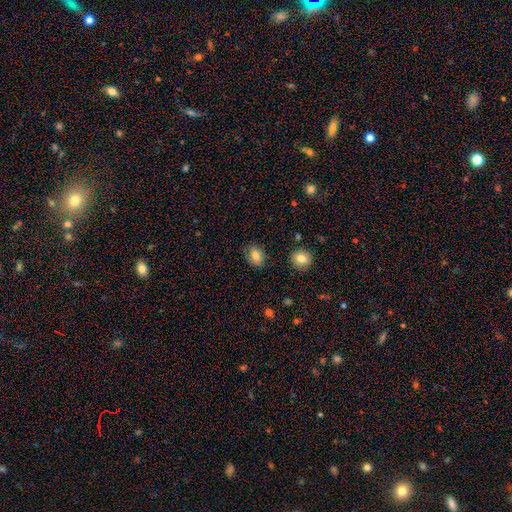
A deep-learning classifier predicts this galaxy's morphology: Smooth or featured? Predicted: smooth (p=0.78). How rounded? Predicted: in between (p=0.56). Merging? Predicted: none (p=0.80).